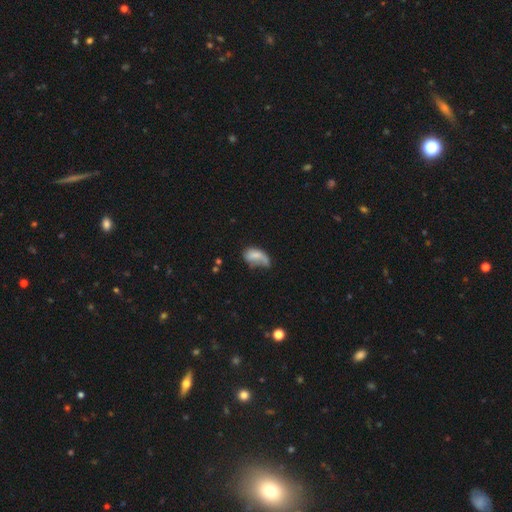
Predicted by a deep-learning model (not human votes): A smooth galaxy with no disk features (62%) that is in between round and cigar-shaped (90%). Merging: major disturbance (34%).